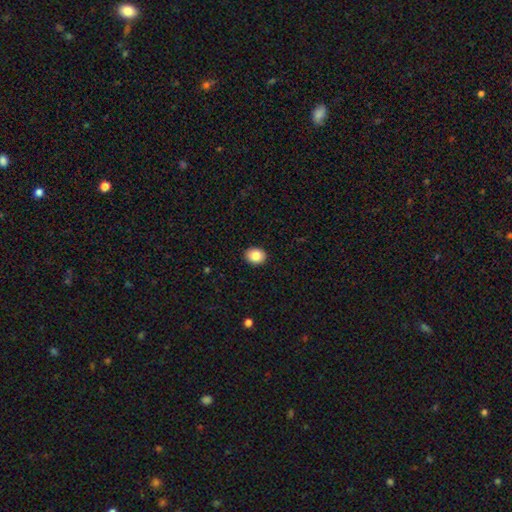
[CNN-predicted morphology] smooth 84%, star or artifact 9%, featured or disk 7%. Down the decision tree: how rounded — round (54%); merging — none (91%).